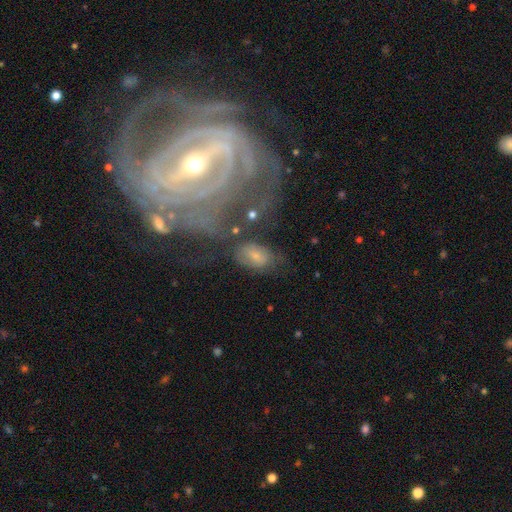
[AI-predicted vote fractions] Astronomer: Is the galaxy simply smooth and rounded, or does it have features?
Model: smooth — 53% (runner-up: featured or disk, 36%).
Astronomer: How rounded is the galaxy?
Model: in between — 88%.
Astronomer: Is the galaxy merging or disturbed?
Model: none — 58%.